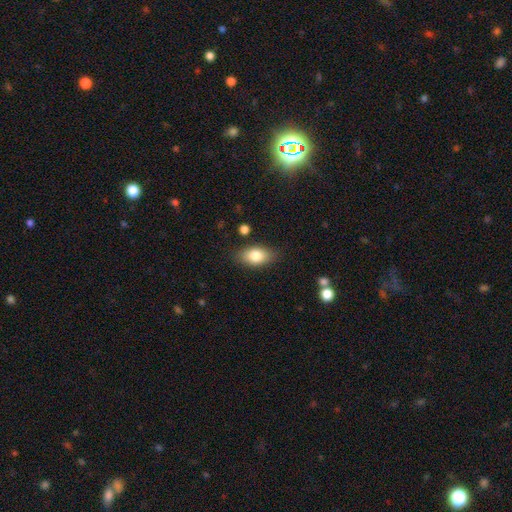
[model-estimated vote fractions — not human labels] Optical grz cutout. It shows a smooth galaxy with no disk features (80%) that is in between round and cigar-shaped (89%). Merging: none (83%).